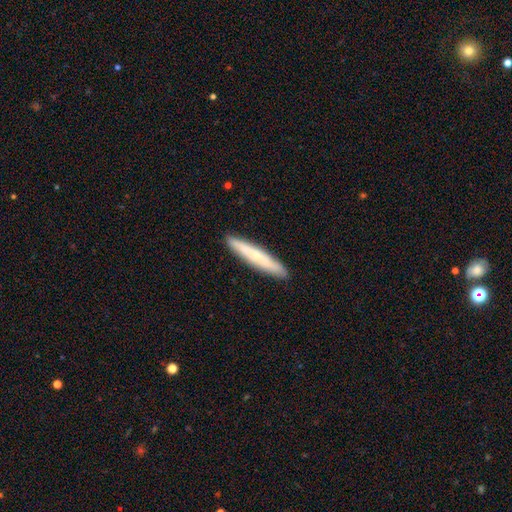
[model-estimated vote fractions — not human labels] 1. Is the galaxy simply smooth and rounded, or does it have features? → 55% smooth, 39% featured or disk, 6% star or artifact.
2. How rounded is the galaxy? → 93% cigar-shaped, 6% in between, 1% round.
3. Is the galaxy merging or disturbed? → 91% none, 7% minor disturbance, 1% major disturbance, 1% merger.